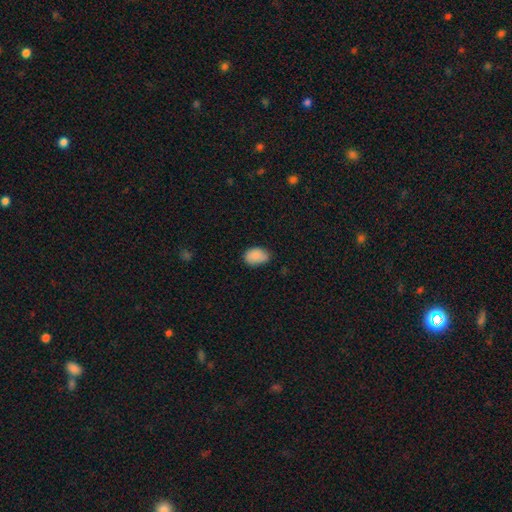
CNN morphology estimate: smooth-or-featured: smooth: 87% | star or artifact: 8% | featured or disk: 5%
  how-rounded: in between: 83% | round: 16% | cigar-shaped: 1%
  merging: none: 67% | minor disturbance: 27% | major disturbance: 4% | merger: 1%